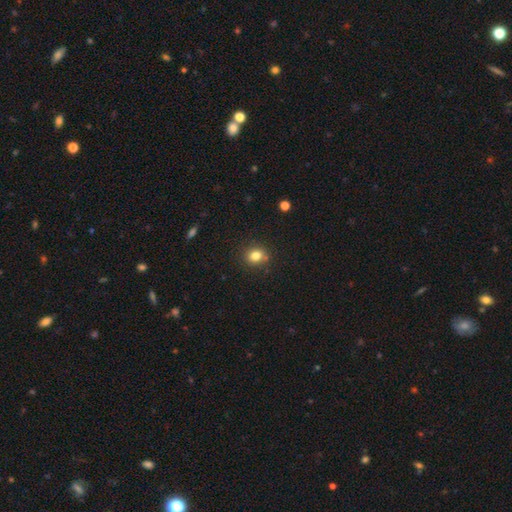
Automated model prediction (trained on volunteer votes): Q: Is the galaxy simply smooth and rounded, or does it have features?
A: smooth — 81%.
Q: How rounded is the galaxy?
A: round — 72%.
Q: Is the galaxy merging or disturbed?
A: none — 83%.